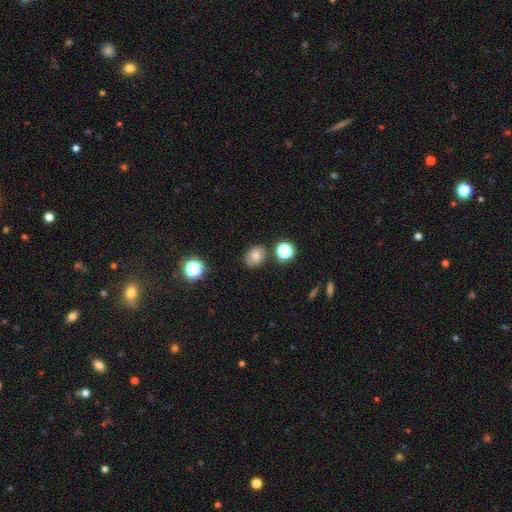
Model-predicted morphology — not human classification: smooth_or_featured: smooth (p=0.72) [alt: star or artifact p=0.14]
how_rounded: round (p=0.51) [alt: in between p=0.48]
merging: none (p=0.79) [alt: minor disturbance p=0.12]